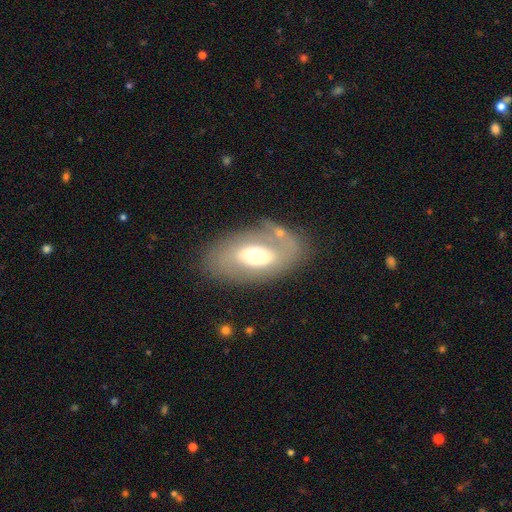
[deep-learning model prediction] Smooth or featured: featured or disk — 52% (smooth — 40%)
Edge-on disk: no — 89% (yes — 11%)
Merging: none — 71% (minor disturbance — 15%)